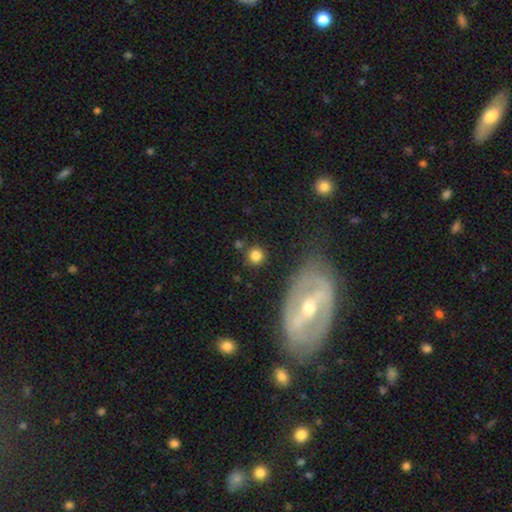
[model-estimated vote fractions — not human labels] smooth_or_featured: smooth (p=0.79) [alt: star or artifact p=0.11]
how_rounded: round (p=0.92) [alt: in between p=0.06]
merging: none (p=0.84) [alt: minor disturbance p=0.08]